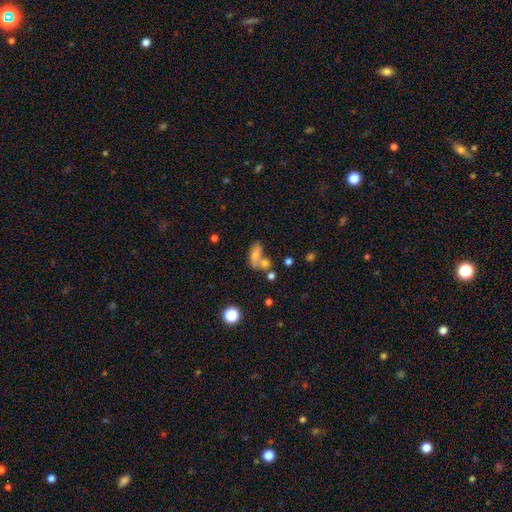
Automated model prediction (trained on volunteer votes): smooth_or_featured: smooth (p=0.69) [alt: featured or disk p=0.19]
how_rounded: in between (p=0.76) [alt: cigar-shaped p=0.16]
merging: merger (p=0.41) [alt: none p=0.36]